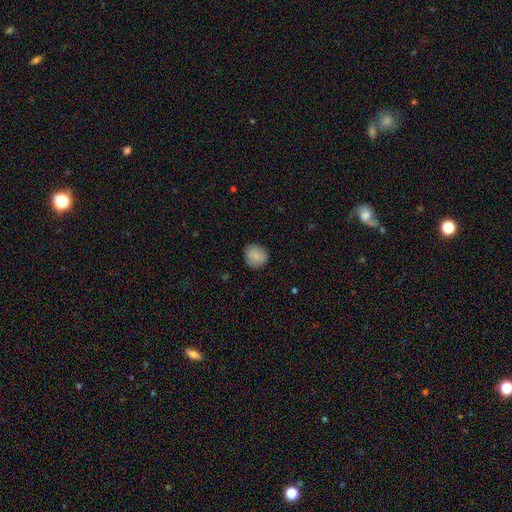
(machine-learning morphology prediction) Smooth or featured? smooth (86%)
How rounded? round (84%)
Merging? none (87%)